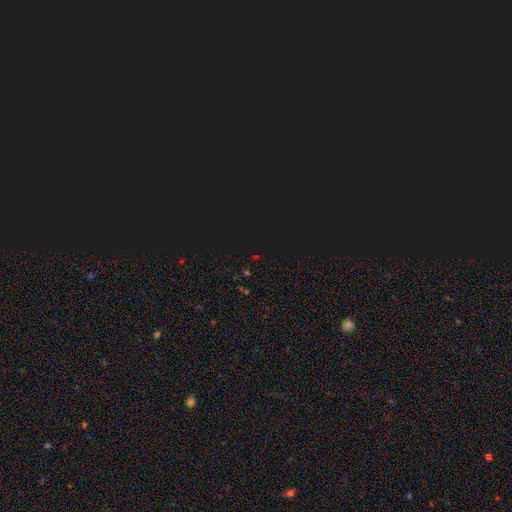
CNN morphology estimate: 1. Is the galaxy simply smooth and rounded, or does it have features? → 73% star or artifact, 20% smooth, 7% featured or disk.